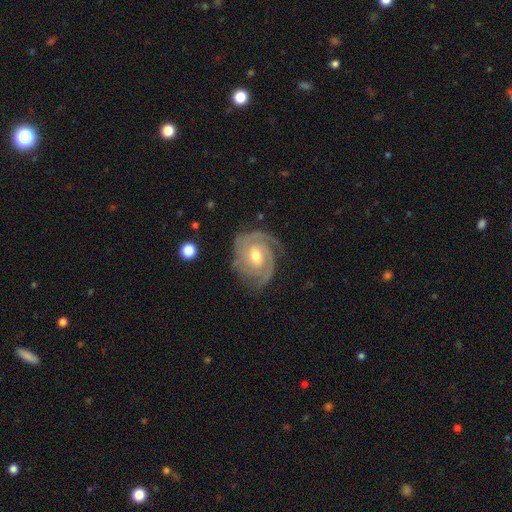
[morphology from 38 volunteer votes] Smooth or featured? featured or disk (92%)
Edge-on disk? no (97%)
Bar? no (47%)
Spiral arms? yes (100%)
Spiral winding? tight (71%)
Spiral arm count? 4 (41%)
Bulge size? moderate (82%)
Merging? none (64%)